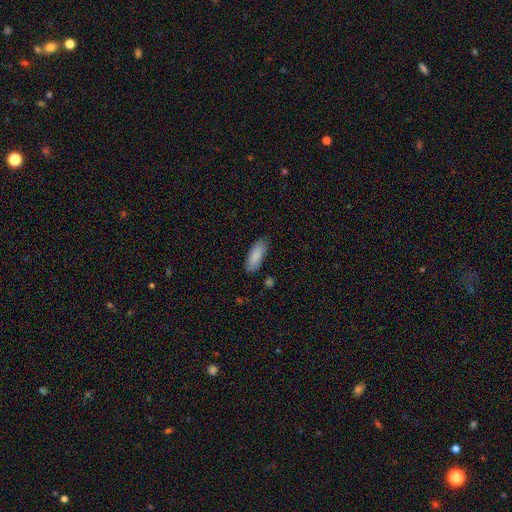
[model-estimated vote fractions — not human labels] This appears to be a smooth galaxy with no disk features (86%) that is in between round and cigar-shaped (76%). Merging: none (85%).